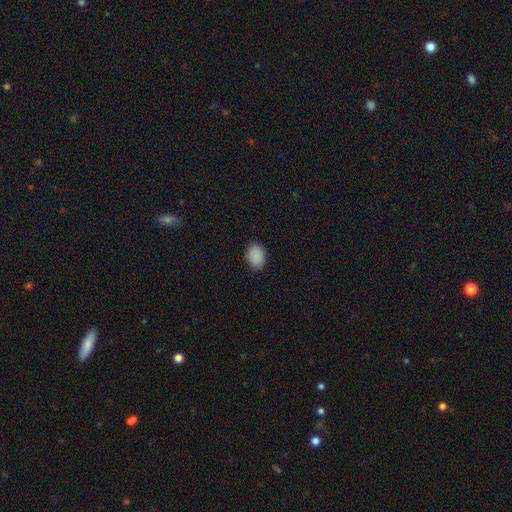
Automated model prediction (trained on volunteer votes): Morphology: type=smooth (88%); roundness=in between (79%); merging=none (87%).